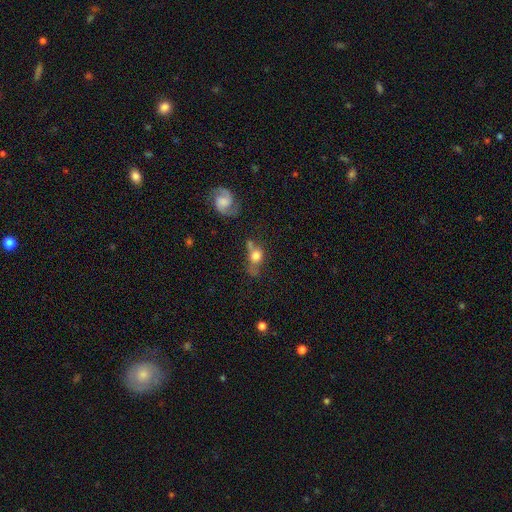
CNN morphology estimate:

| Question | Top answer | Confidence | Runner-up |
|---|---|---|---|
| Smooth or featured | smooth | 59% | featured or disk (30%) |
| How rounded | in between | 52% | round (42%) |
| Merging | none | 35% | merger (22%) |